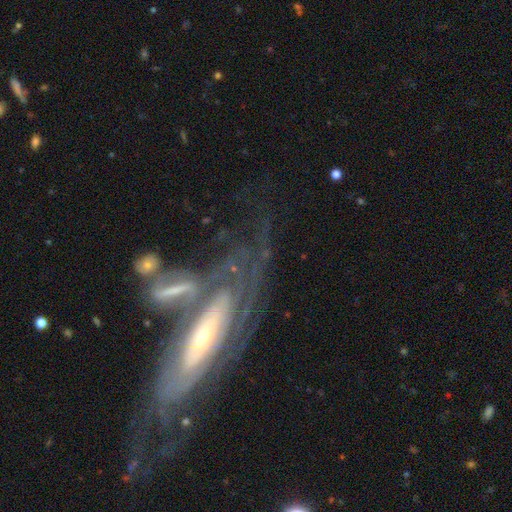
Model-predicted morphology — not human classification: Smooth or featured: featured or disk — 79% (smooth — 13%)
Edge-on disk: no — 77% (yes — 23%)
Bar: no — 59% (weak — 24%)
Spiral arms: yes — 81% (no — 19%)
Bulge size: small — 60% (moderate — 31%)
Merging: none — 44% (merger — 22%)